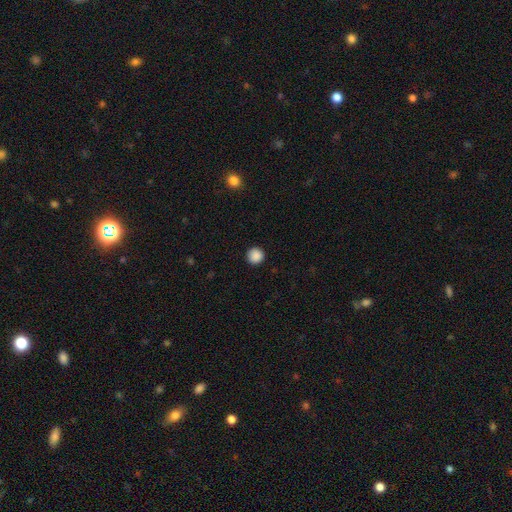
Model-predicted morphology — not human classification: A smooth galaxy with no disk features (89%) that is round (95%). Merging: none (92%).